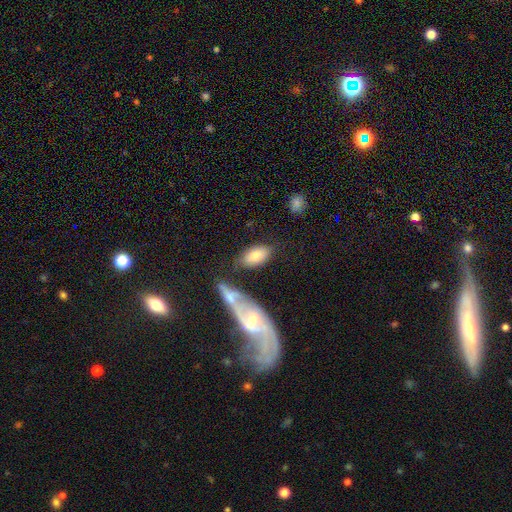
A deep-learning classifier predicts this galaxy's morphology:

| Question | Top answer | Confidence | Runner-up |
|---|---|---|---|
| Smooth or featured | smooth | 74% | featured or disk (19%) |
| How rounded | in between | 91% | cigar-shaped (6%) |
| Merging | none | 62% | minor disturbance (17%) |